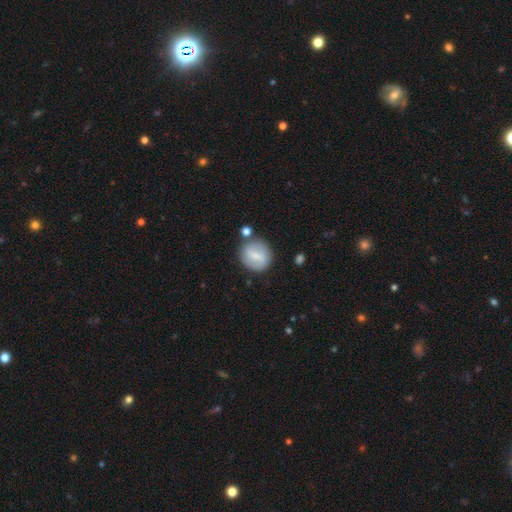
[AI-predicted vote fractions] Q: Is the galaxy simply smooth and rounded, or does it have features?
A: smooth — 52%.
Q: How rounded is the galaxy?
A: round — 83%.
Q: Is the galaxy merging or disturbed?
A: none — 77%.